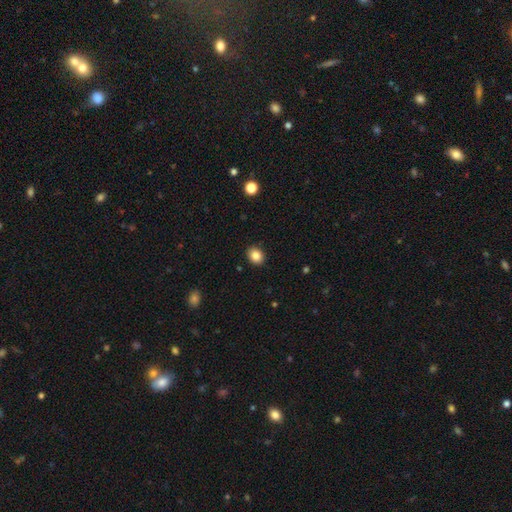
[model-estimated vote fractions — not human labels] Overall: smooth (85%). How rounded: round (55%; in between 45%). Merging: none (90%).